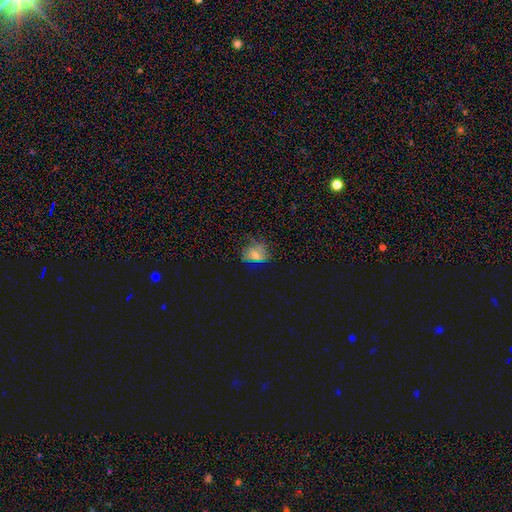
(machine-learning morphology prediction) type=star or artifact (45%).